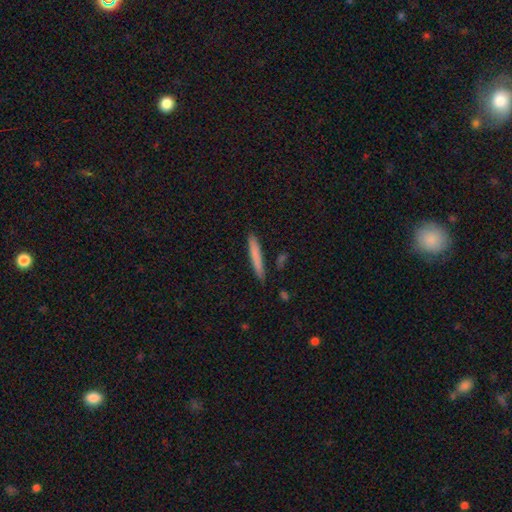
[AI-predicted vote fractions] The model was most divided on "smooth or featured": smooth: 77%, featured or disk: 17%, star or artifact: 6%. More confident: how rounded — cigar-shaped (96%); merging — none (88%).